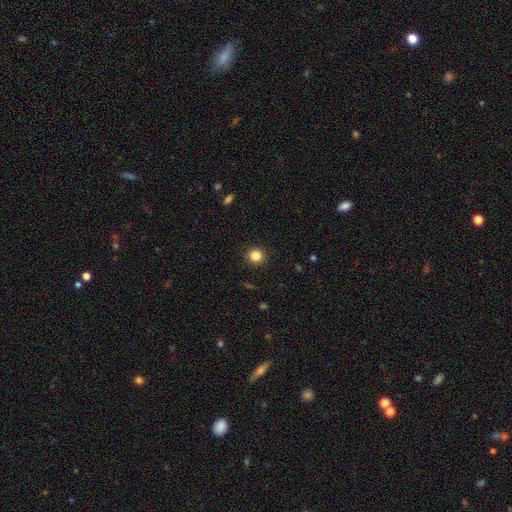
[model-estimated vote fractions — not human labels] smooth 84%, star or artifact 11%, featured or disk 4%. Down the decision tree: how rounded — round (92%); merging — none (92%).